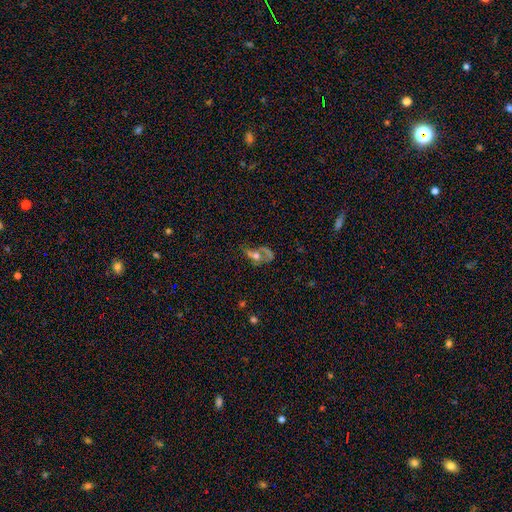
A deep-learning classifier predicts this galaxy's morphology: This is possibly a featured or disk galaxy (49%). Merging: marginally major disturbance (42%).